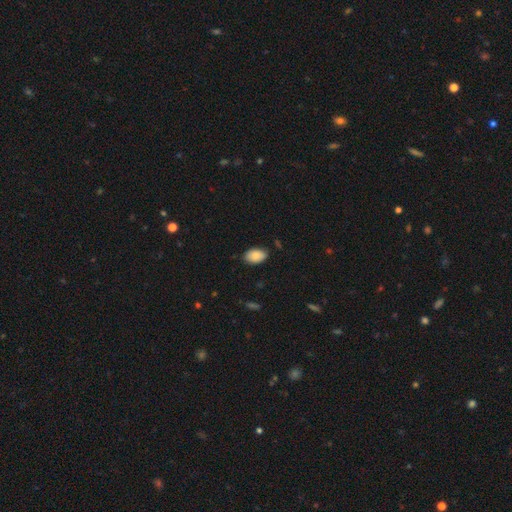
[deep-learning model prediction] Q: Smooth or featured?
A: smooth (85%); runner-up: featured or disk (9%)
Q: How rounded?
A: in between (91%); runner-up: round (8%)
Q: Merging?
A: none (82%); runner-up: minor disturbance (14%)